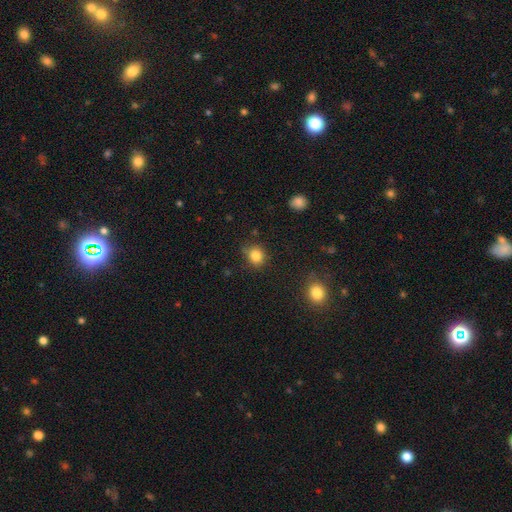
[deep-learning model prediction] Smooth or featured? smooth (83%)
How rounded? round (78%)
Merging? none (78%)